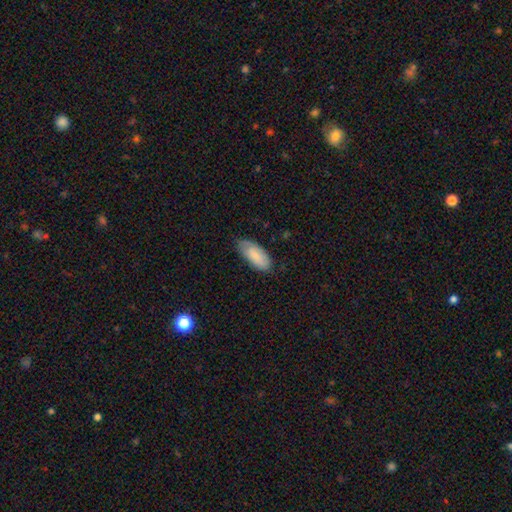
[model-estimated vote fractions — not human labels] This is clearly a smooth galaxy (83%). How rounded: clearly in between (89%). Merging: likely none (69%).